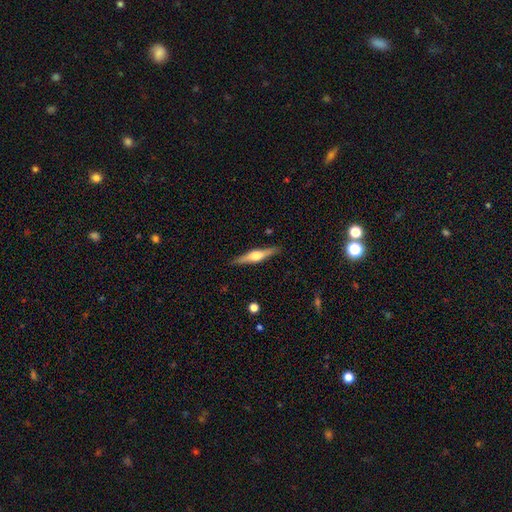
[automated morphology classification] smooth-or-featured: featured or disk: 69% | smooth: 26% | star or artifact: 5%
  disk-edge-on: yes: 98% | no: 2%
    edge-on-bulge: rounded: 90% | boxy: 7% | none: 3%
  merging: none: 89% | minor disturbance: 8% | major disturbance: 2% | merger: 1%